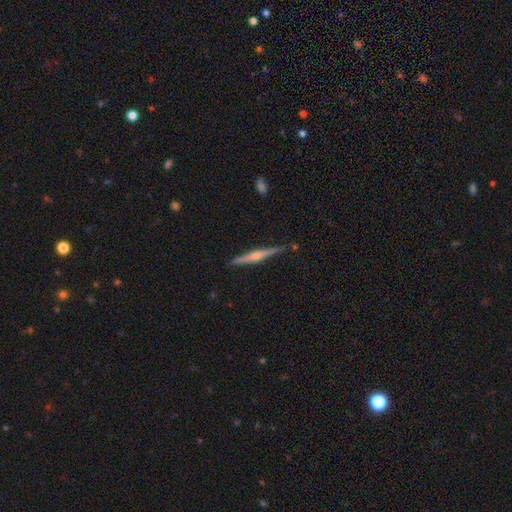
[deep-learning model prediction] Overall: featured or disk (71%). Edge-on disk: yes (98%). Edge-on bulge: rounded (69%). Merging: none (88%).